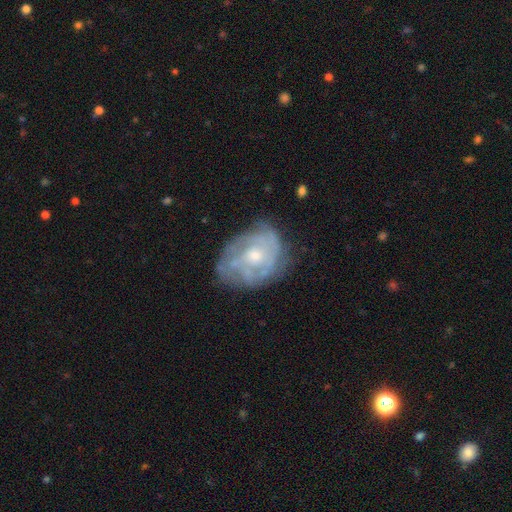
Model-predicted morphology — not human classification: type=featured or disk (75%); edge-on=no (97%); bar=no (78%); spiral arms=yes (79%); winding=tight (59%); arm count=can't tell (48%); bulge=small (49%); merging=none (65%).